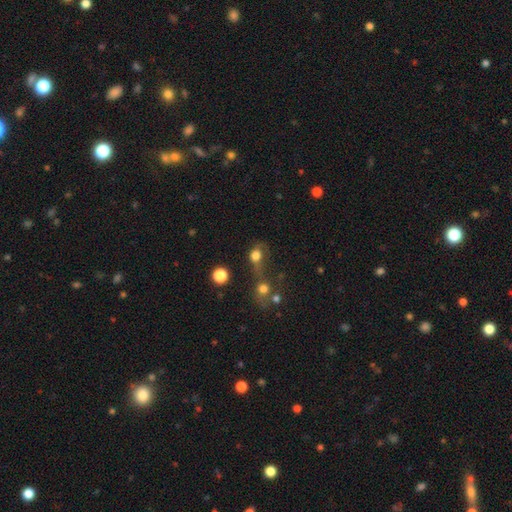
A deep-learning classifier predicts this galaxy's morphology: This is likely a smooth galaxy (73%). How rounded: likely round (63%). Merging: marginally merger (32%).